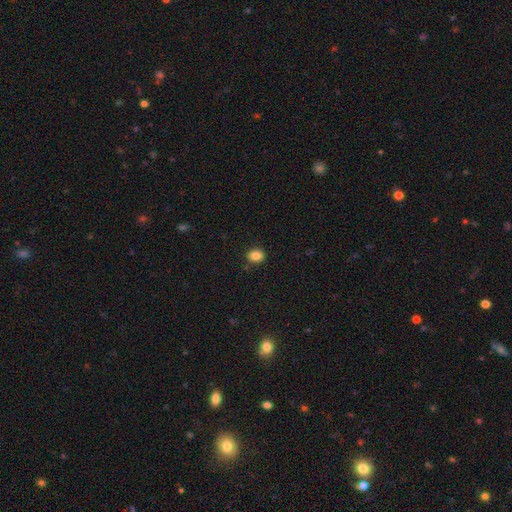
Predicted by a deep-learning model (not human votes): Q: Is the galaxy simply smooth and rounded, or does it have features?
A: smooth — 85%.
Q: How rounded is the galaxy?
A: round — 53%.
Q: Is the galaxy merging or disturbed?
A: none — 87%.